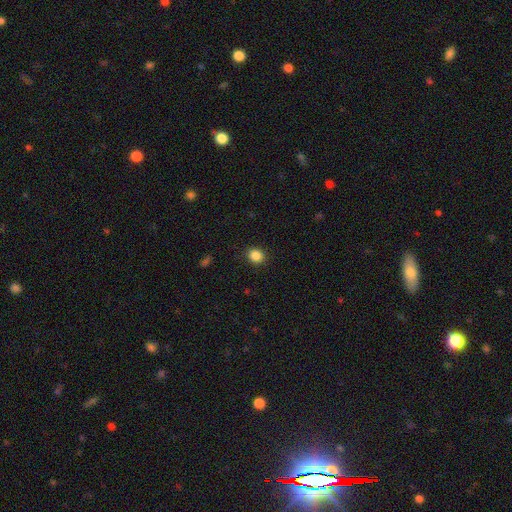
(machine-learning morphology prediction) smooth-or-featured: smooth: 86% | star or artifact: 10% | featured or disk: 3%
  how-rounded: round: 72% | in between: 28% | cigar-shaped: 1%
  merging: none: 90% | minor disturbance: 7% | major disturbance: 2% | merger: 1%